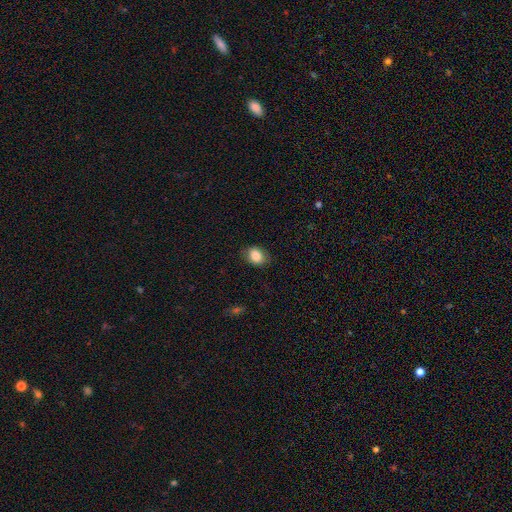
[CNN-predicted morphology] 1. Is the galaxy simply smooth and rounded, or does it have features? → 85% smooth, 8% star or artifact, 7% featured or disk.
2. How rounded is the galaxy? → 68% in between, 31% round, 1% cigar-shaped.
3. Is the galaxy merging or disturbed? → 83% none, 13% minor disturbance, 3% major disturbance, 1% merger.